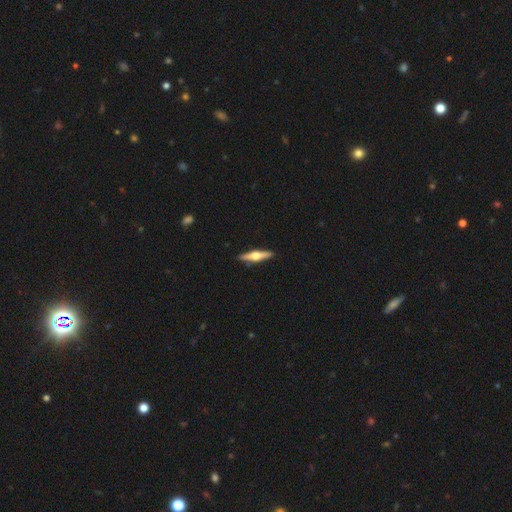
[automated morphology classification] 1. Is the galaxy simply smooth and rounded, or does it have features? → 66% featured or disk, 29% smooth, 5% star or artifact.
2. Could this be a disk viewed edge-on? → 97% yes, 3% no.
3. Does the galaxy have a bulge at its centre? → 94% rounded, 4% boxy, 2% none.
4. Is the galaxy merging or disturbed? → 91% none, 6% minor disturbance, 1% major disturbance, 1% merger.